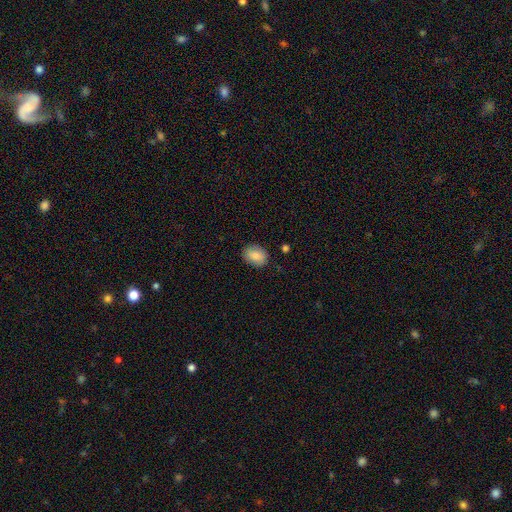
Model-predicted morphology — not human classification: Overall: smooth (84%). How rounded: in between (64%; round 35%). Merging: none (85%).